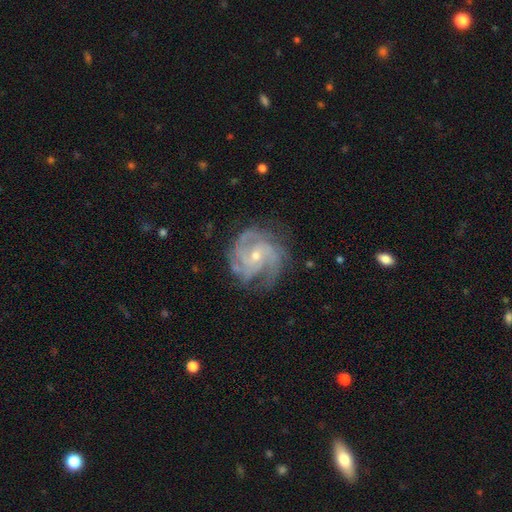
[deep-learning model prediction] Smooth or featured: featured or disk — 90% (star or artifact — 5%)
Edge-on disk: no — 98% (yes — 2%)
Bar: no — 66% (weak — 28%)
Spiral arms: yes — 98% (no — 2%)
Spiral winding: tight — 53% (medium — 40%)
Spiral arm count: 3 — 41% (4 — 23%)
Bulge size: small — 67% (moderate — 31%)
Merging: none — 74% (minor disturbance — 18%)